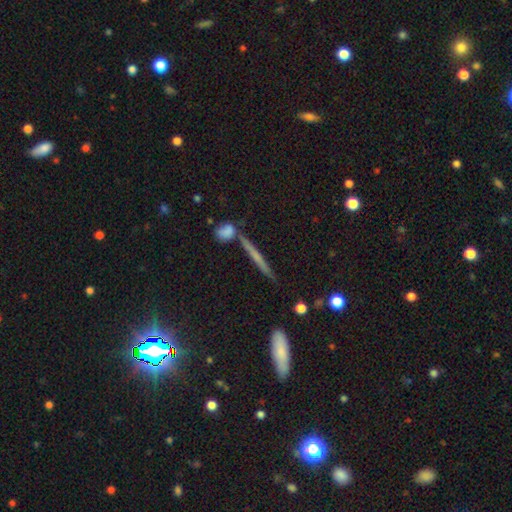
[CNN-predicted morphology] Smooth or featured? Predicted: featured or disk (p=0.50). Merging? Predicted: none (p=0.77).